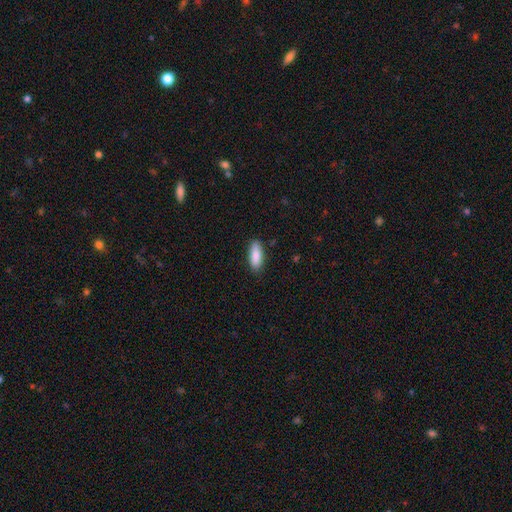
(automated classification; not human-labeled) Smooth or featured? Predicted: smooth (p=0.87). How rounded? Predicted: in between (p=0.71). Merging? Predicted: none (p=0.84).